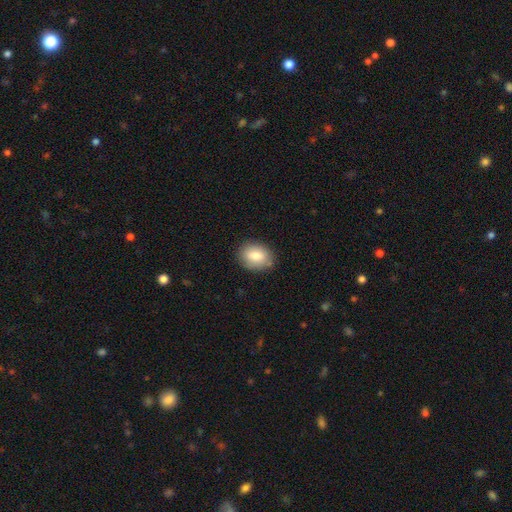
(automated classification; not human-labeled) This is clearly a smooth galaxy (83%). How rounded: likely in between (66%). Merging: clearly none (82%).